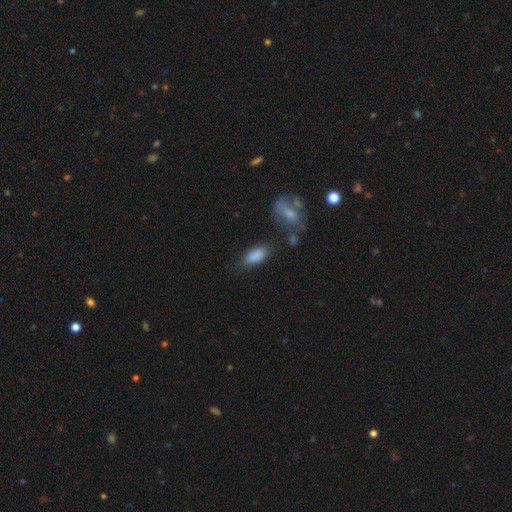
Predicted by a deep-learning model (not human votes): Smooth or featured? smooth (86%)
How rounded? in between (85%)
Merging? none (64%)